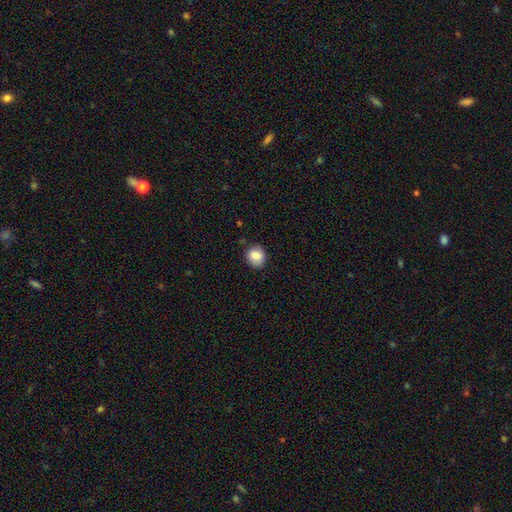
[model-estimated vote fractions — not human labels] smooth-or-featured: smooth: 85% | star or artifact: 9% | featured or disk: 6%
  how-rounded: round: 80% | in between: 19% | cigar-shaped: 1%
  merging: none: 82% | minor disturbance: 14% | major disturbance: 3% | merger: 2%